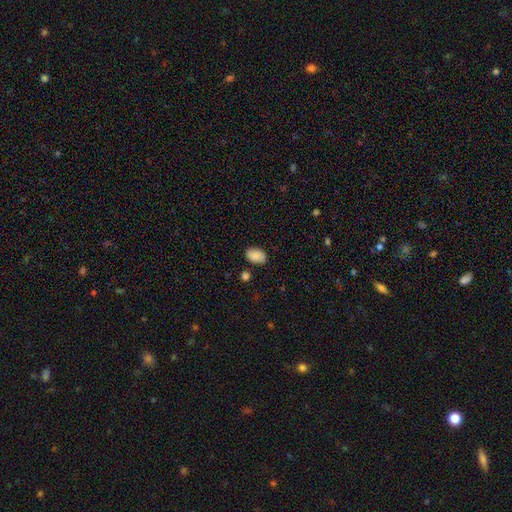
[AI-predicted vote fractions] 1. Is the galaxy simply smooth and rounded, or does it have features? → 88% smooth, 7% star or artifact, 5% featured or disk.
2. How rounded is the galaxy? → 88% in between, 11% round, 1% cigar-shaped.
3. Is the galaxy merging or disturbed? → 83% none, 11% minor disturbance, 3% merger, 3% major disturbance.